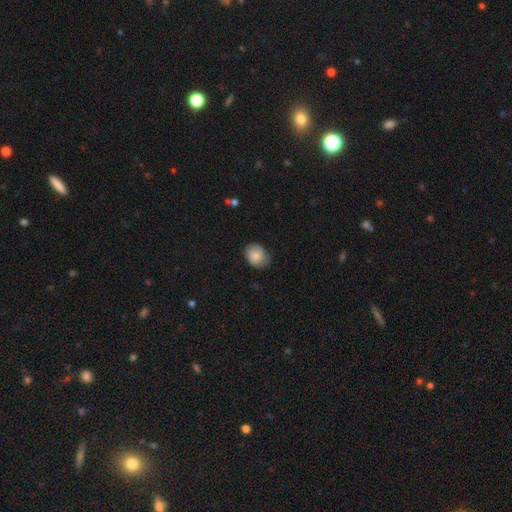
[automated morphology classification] type=smooth (74%); roundness=round (56%); merging=none (66%).